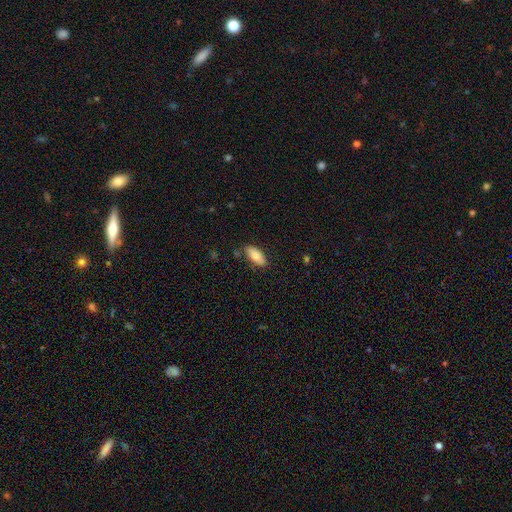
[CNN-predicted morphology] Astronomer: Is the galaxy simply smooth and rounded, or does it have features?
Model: smooth — 80%.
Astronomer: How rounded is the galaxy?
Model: in between — 88%.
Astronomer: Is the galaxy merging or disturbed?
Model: none — 83%.